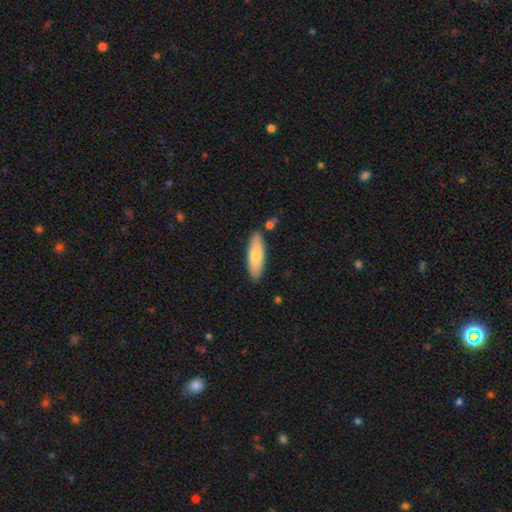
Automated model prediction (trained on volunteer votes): smooth 78%, featured or disk 16%, star or artifact 6%. Down the decision tree: how rounded — cigar-shaped (49%, tied with in between); merging — none (84%).